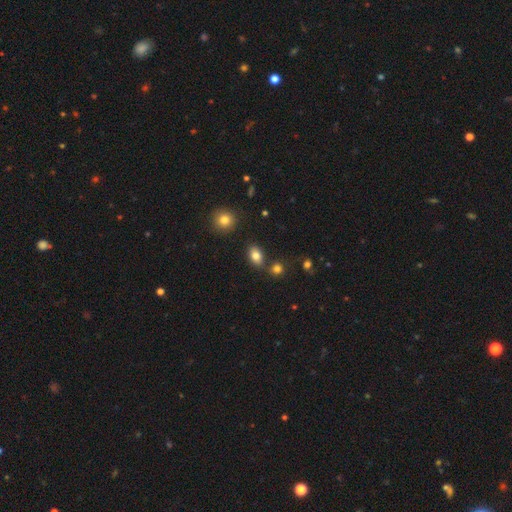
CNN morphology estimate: Smooth or featured?
  - smooth: 82% *
  - star or artifact: 10%
  - featured or disk: 8%
How rounded?
  - in between: 83% *
  - round: 15%
  - cigar-shaped: 2%
Merging?
  - none: 75% *
  - minor disturbance: 11%
  - merger: 11%
  - major disturbance: 3%